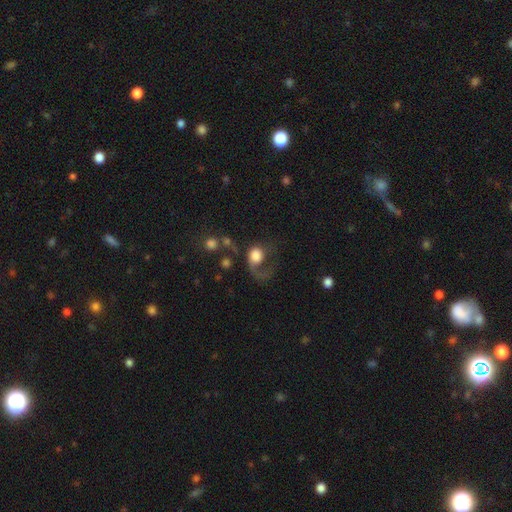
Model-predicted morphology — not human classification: This is possibly a smooth galaxy (56%). How rounded: likely round (65%). Merging: possibly major disturbance (57%).